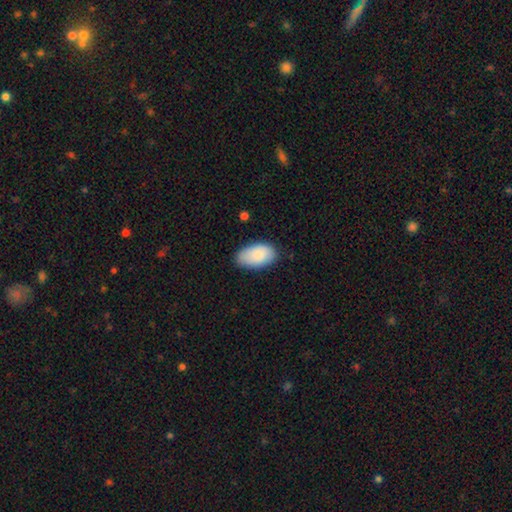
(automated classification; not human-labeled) Smooth or featured? Predicted: smooth (p=0.88). How rounded? Predicted: in between (p=0.95). Merging? Predicted: none (p=0.80).